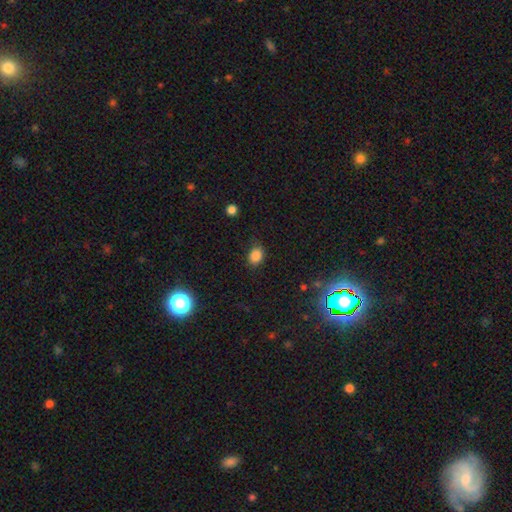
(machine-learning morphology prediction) Smooth or featured? Predicted: smooth (p=0.84). How rounded? Predicted: in between (p=0.66). Merging? Predicted: none (p=0.78).